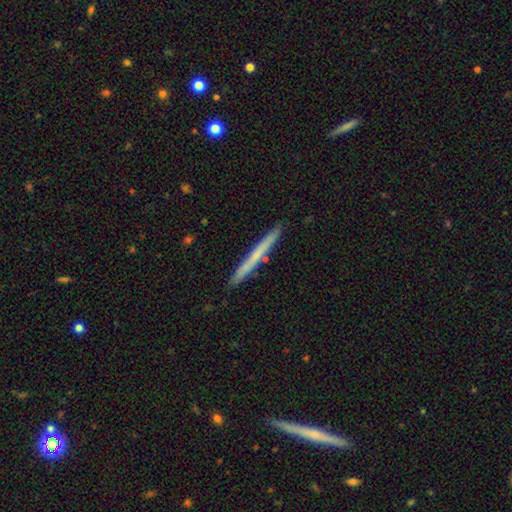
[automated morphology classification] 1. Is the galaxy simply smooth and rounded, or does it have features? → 52% smooth, 43% featured or disk, 6% star or artifact.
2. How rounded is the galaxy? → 97% cigar-shaped, 2% in between, 1% round.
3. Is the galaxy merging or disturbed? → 92% none, 6% minor disturbance, 1% merger, 1% major disturbance.